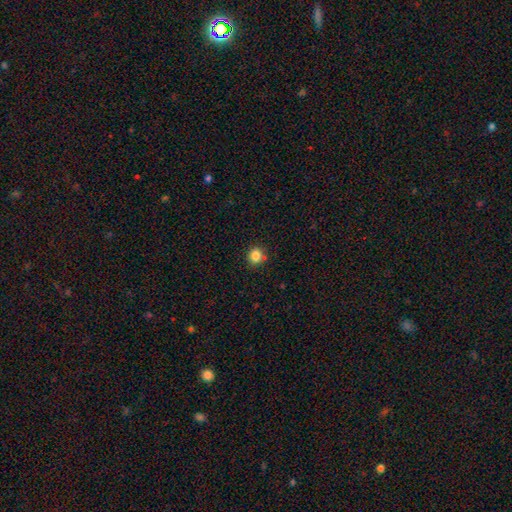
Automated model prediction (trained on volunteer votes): This appears to be a smooth galaxy with no disk features (84%) that is round (80%). Merging: none (83%).